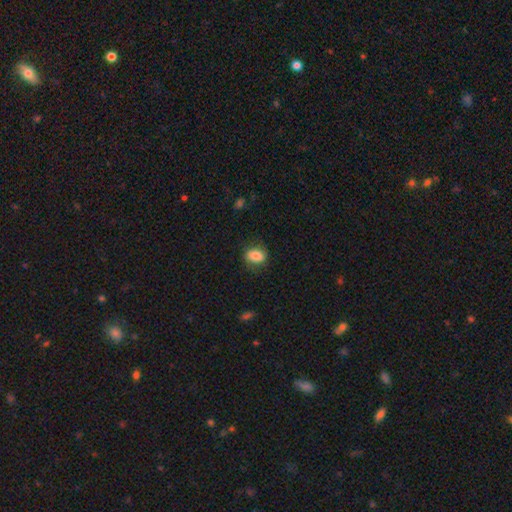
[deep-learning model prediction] Q: Smooth or featured?
A: smooth (80%); runner-up: featured or disk (12%)
Q: How rounded?
A: in between (73%); runner-up: round (25%)
Q: Merging?
A: none (75%); runner-up: minor disturbance (18%)